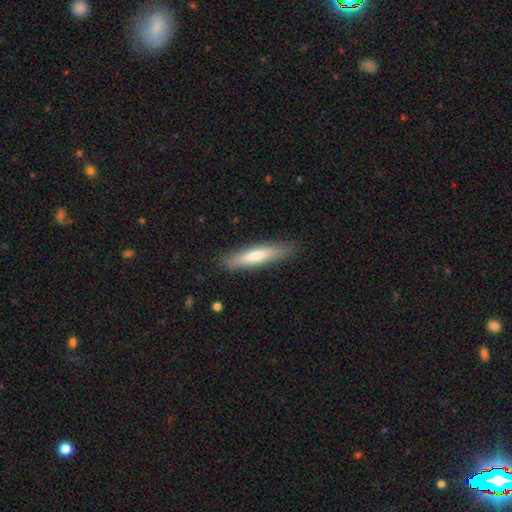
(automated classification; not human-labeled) Morphology: type=smooth (68%); roundness=cigar-shaped (83%); merging=none (87%).